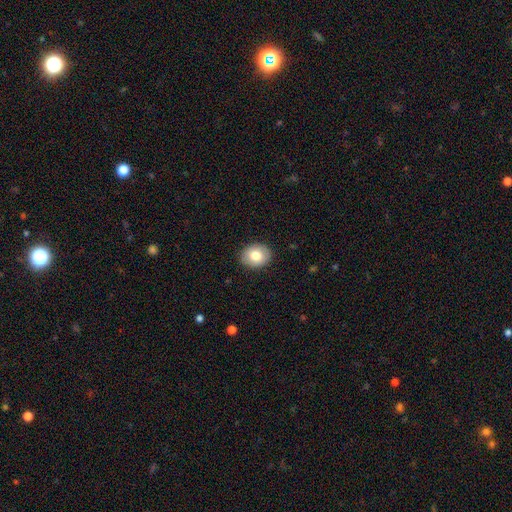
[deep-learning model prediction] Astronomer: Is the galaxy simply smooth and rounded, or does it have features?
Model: smooth — 80%.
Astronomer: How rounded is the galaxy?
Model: in between — 51% (runner-up: round, 48%).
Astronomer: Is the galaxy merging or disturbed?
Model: none — 89%.